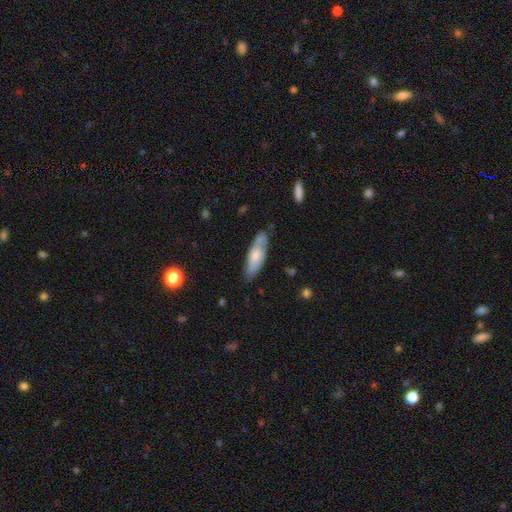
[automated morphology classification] The model was most divided on "how rounded": in between: 60%, cigar-shaped: 38%, round: 2%. More confident: merging — none (65%); smooth or featured — smooth (60%).